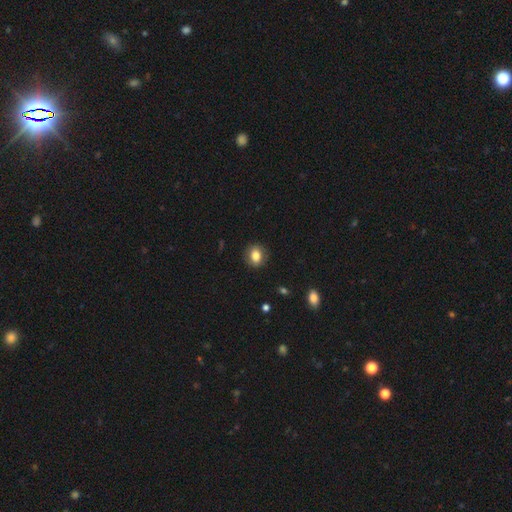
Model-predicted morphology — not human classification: A smooth galaxy with no disk features (81%) that is round (59%). Merging: none (86%).